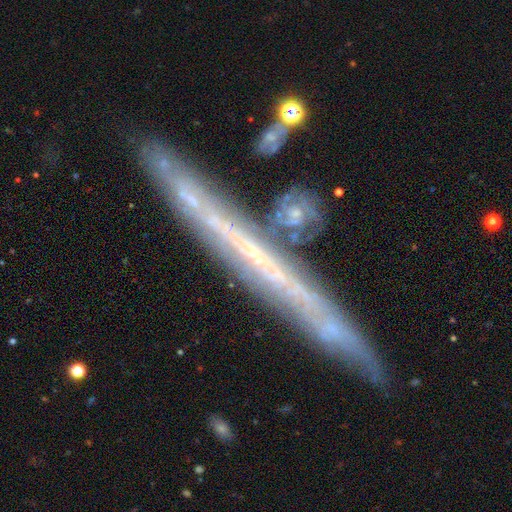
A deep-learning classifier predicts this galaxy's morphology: Smooth or featured: featured or disk — 70% (smooth — 20%)
Edge-on disk: yes — 92% (no — 8%)
Edge-on bulge: none — 90% (rounded — 6%)
Merging: none — 80% (minor disturbance — 13%)